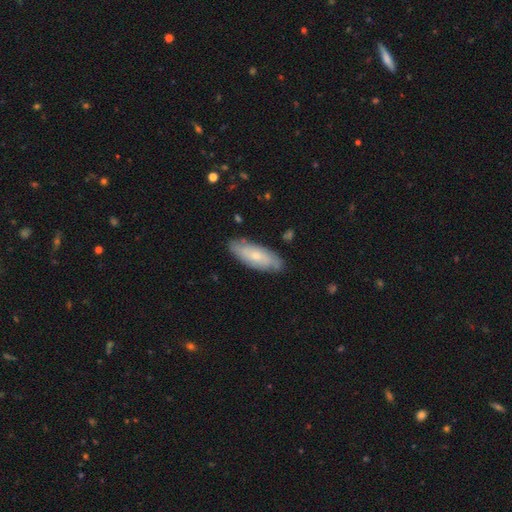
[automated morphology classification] Smooth or featured? Predicted: smooth (p=0.50). Merging? Predicted: none (p=0.81).